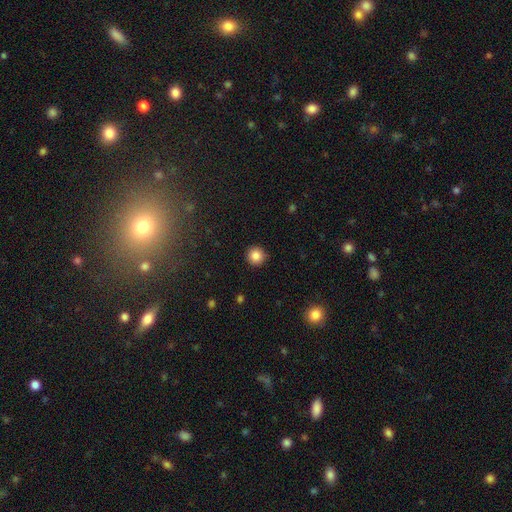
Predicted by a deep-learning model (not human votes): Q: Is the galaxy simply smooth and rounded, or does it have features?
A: smooth — 85%.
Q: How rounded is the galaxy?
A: round — 95%.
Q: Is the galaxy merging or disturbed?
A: none — 92%.